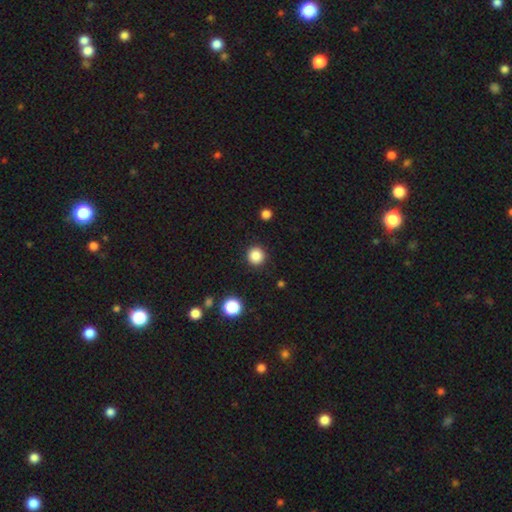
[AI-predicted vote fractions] A smooth galaxy with no disk features (86%) that is round (95%). Merging: none (91%).